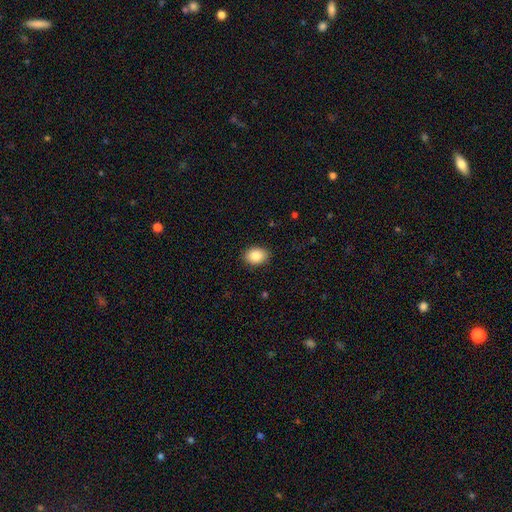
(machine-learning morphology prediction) type=smooth (87%); roundness=in between (68%); merging=none (88%).